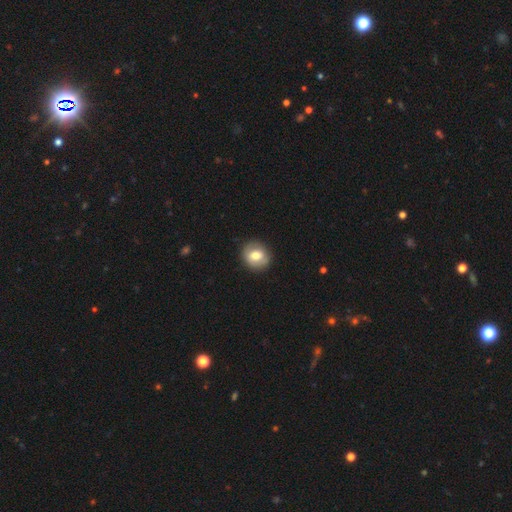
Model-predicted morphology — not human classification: Smooth or featured? Predicted: smooth (p=0.69). How rounded? Predicted: round (p=0.81). Merging? Predicted: none (p=0.86).